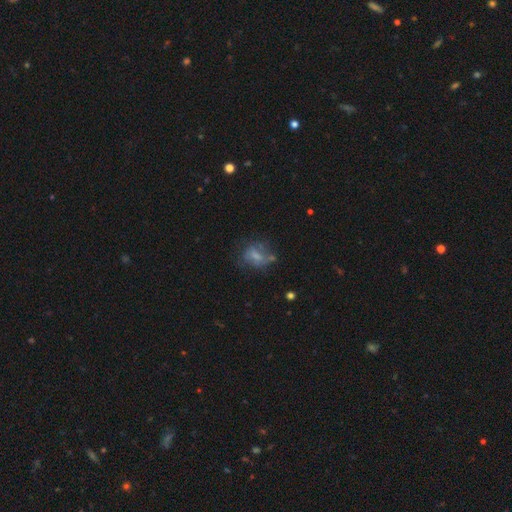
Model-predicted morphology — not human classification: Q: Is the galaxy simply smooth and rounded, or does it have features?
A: smooth — 48%.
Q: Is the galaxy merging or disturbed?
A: none — 42%.